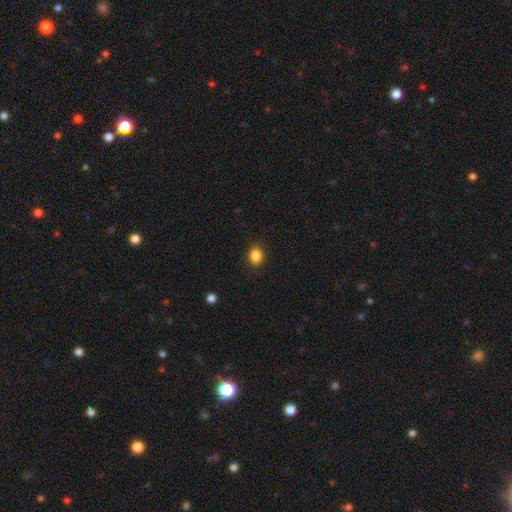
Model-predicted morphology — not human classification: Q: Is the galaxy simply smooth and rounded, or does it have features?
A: smooth — 86%.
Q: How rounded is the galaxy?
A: round — 65%.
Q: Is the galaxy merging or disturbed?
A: none — 89%.